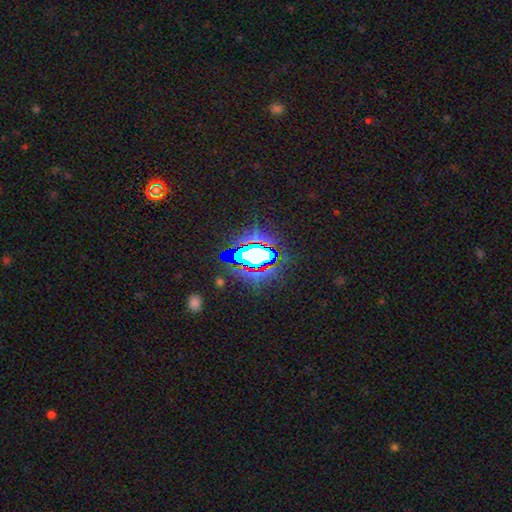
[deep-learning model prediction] A star or artifact, not a galaxy (65%).